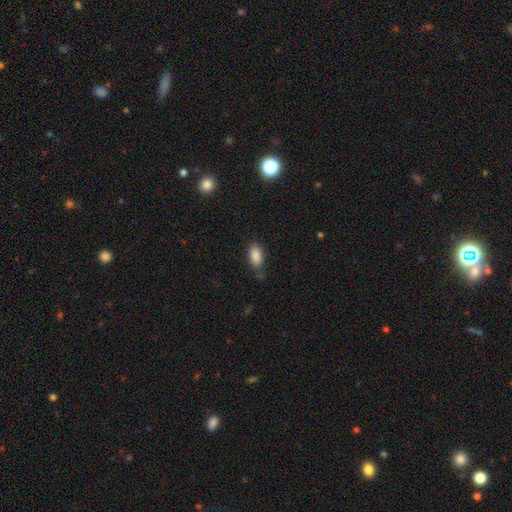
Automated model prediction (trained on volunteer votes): This appears to be a smooth galaxy with no disk features (88%) that is in between round and cigar-shaped (91%). Merging: none (74%).